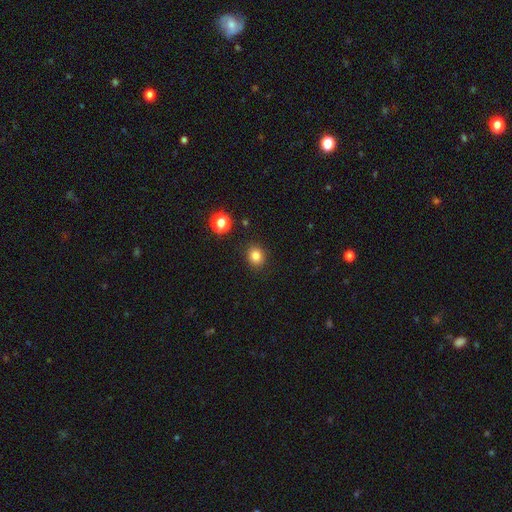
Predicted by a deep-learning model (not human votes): Morphology: type=smooth (82%); roundness=round (74%); merging=none (90%).